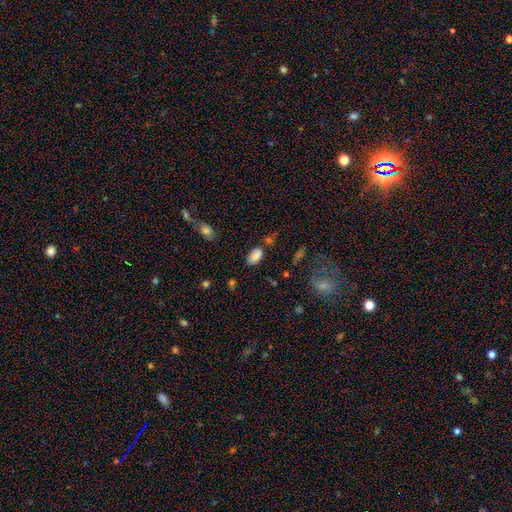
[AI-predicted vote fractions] Morphology: type=smooth (85%); roundness=in between (94%); merging=none (77%).